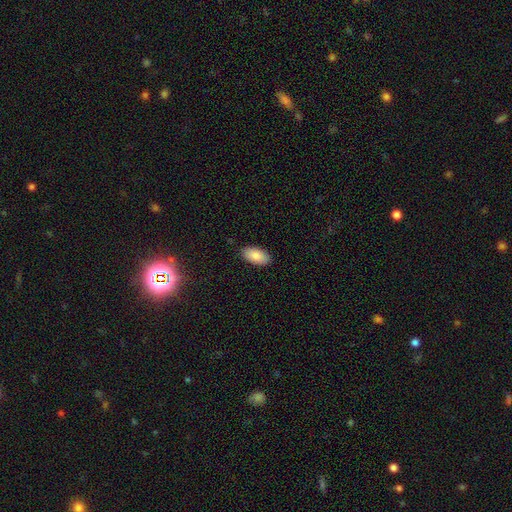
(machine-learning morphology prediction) This appears to be a smooth galaxy with no disk features (87%) that is in between round and cigar-shaped (94%). Merging: none (89%).